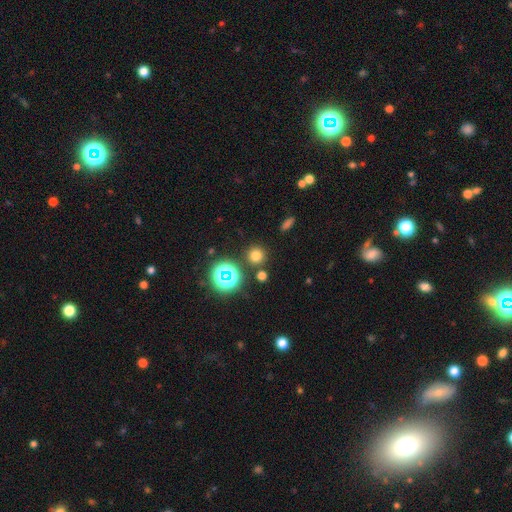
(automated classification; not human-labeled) This appears to be a smooth galaxy with no disk features (69%) that is round (93%). Merging: none (85%).